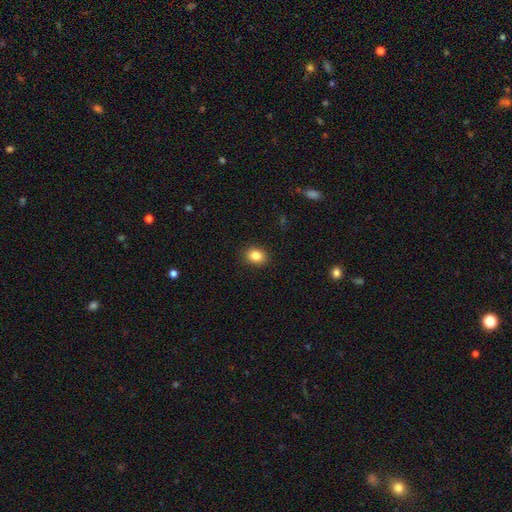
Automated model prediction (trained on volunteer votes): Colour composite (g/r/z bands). It shows a smooth galaxy with no disk features (84%) that is in between round and cigar-shaped (52%). Merging: none (90%).